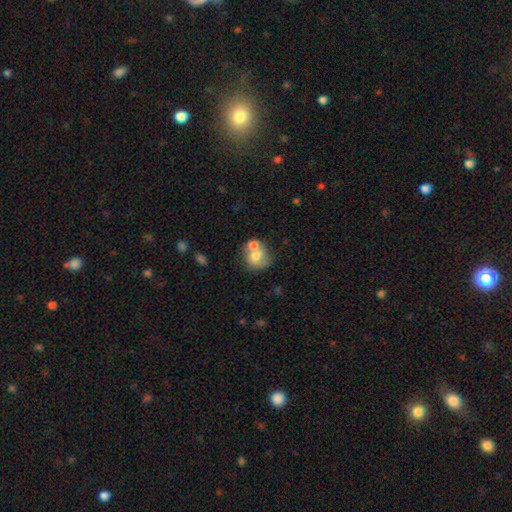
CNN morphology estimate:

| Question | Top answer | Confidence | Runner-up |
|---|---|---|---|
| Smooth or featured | smooth | 64% | featured or disk (28%) |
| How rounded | round | 66% | in between (33%) |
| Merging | merger | 57% | none (26%) |